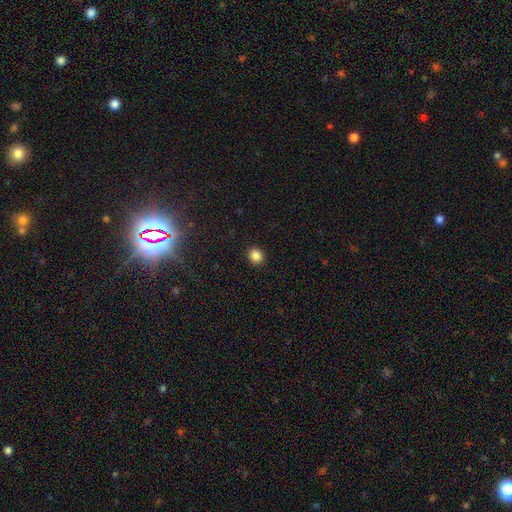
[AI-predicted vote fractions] Q: Smooth or featured?
A: smooth (86%); runner-up: star or artifact (11%)
Q: How rounded?
A: round (74%); runner-up: in between (25%)
Q: Merging?
A: none (91%); runner-up: minor disturbance (6%)